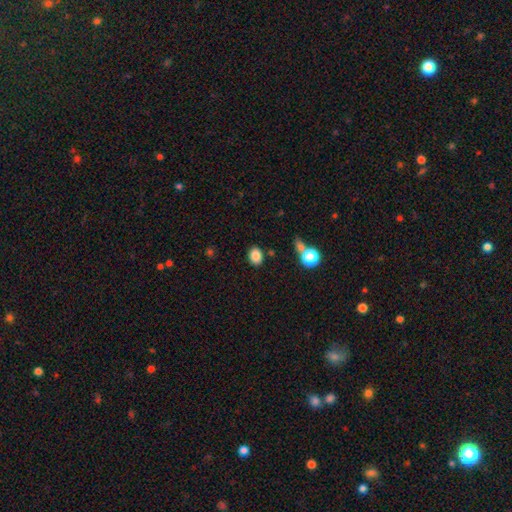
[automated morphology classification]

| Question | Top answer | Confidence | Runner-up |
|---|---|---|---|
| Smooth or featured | smooth | 85% | star or artifact (10%) |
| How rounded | in between | 61% | round (38%) |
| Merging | none | 82% | minor disturbance (10%) |